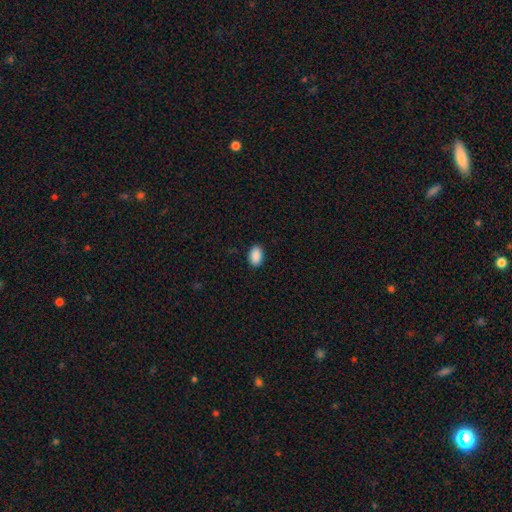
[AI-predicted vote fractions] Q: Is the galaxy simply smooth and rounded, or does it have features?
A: smooth — 90%.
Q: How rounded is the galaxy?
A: in between — 90%.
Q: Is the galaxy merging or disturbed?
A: none — 89%.